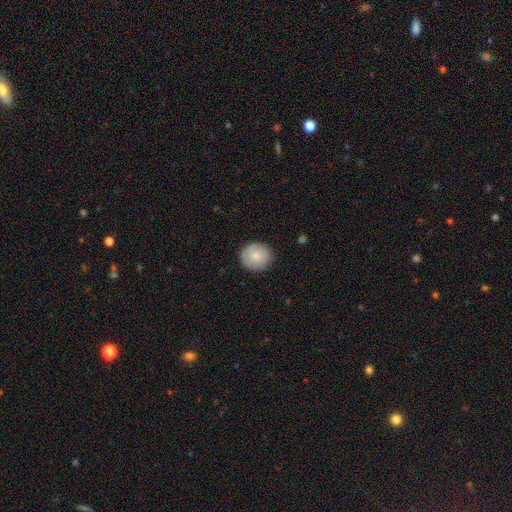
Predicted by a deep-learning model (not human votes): Smooth or featured?
  - smooth: 80% *
  - featured or disk: 14%
  - star or artifact: 7%
How rounded?
  - round: 88% *
  - in between: 11%
  - cigar-shaped: 1%
Merging?
  - none: 87% *
  - minor disturbance: 9%
  - major disturbance: 2%
  - merger: 1%